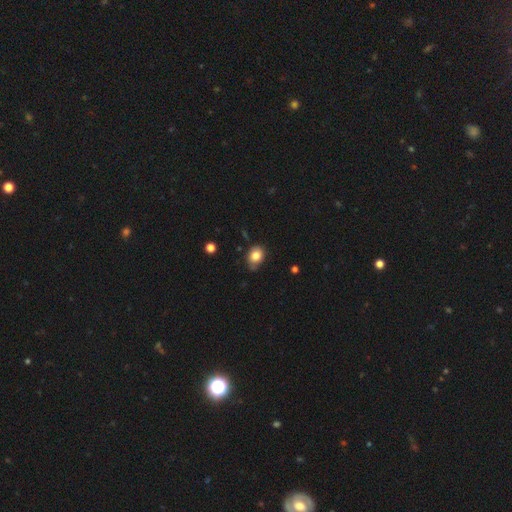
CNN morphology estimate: Smooth or featured?
  - smooth: 81% *
  - featured or disk: 10%
  - star or artifact: 9%
How rounded?
  - in between: 53% *
  - round: 46%
  - cigar-shaped: 1%
Merging?
  - none: 64% *
  - minor disturbance: 28%
  - major disturbance: 5%
  - merger: 3%